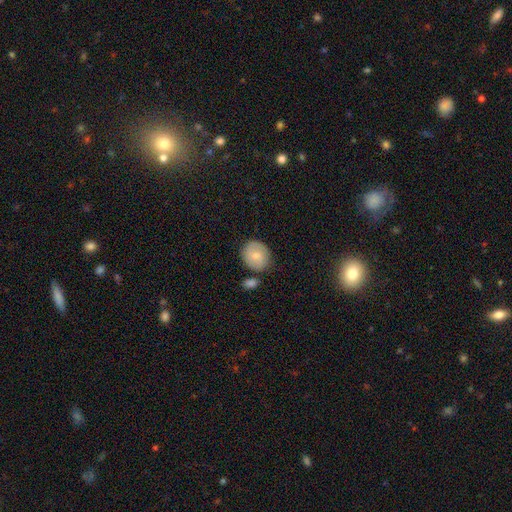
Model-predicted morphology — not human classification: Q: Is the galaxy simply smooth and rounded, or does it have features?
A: smooth — 72%.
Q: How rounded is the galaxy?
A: round — 75%.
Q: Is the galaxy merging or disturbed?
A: none — 69%.